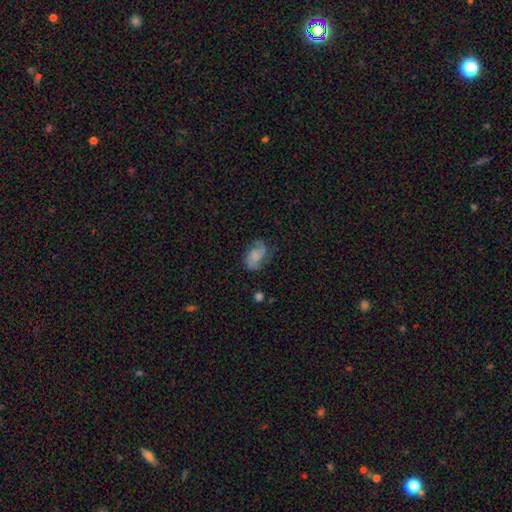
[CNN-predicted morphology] The model was most divided on "smooth or featured": smooth: 49%, featured or disk: 42%, star or artifact: 9%. More confident: merging — none (56%).